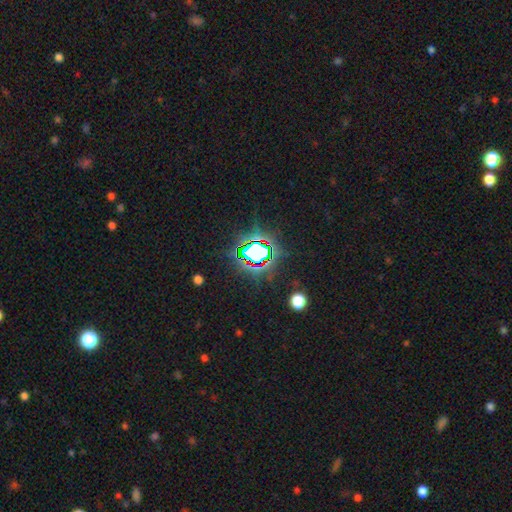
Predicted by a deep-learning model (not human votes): This is likely a star or artifact rather than a galaxy (74%).